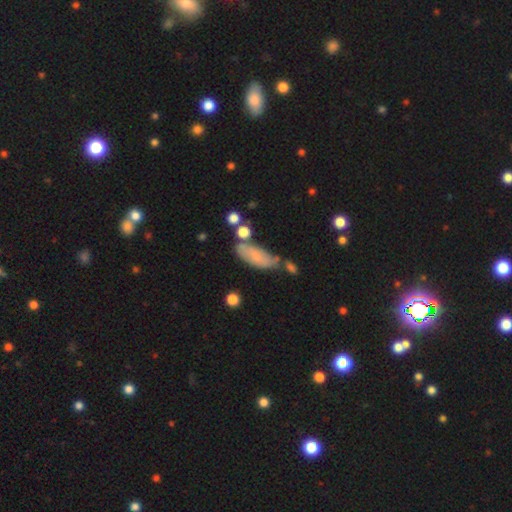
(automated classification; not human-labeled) Smooth or featured: smooth — 67% (featured or disk — 25%)
How rounded: in between — 73% (cigar-shaped — 24%)
Merging: none — 52% (minor disturbance — 25%)